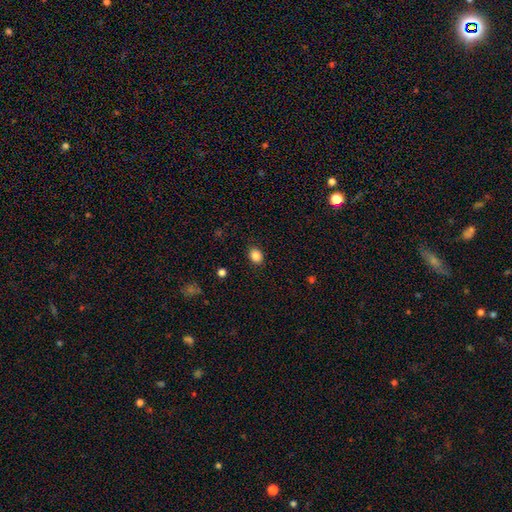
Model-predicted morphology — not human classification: A smooth galaxy with no disk features (86%) that is in between round and cigar-shaped (51%). Merging: none (88%).